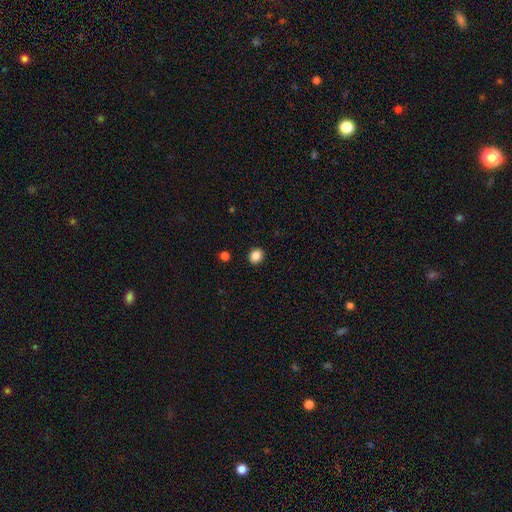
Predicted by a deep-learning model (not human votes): Smooth or featured? smooth (86%)
How rounded? round (65%)
Merging? none (91%)